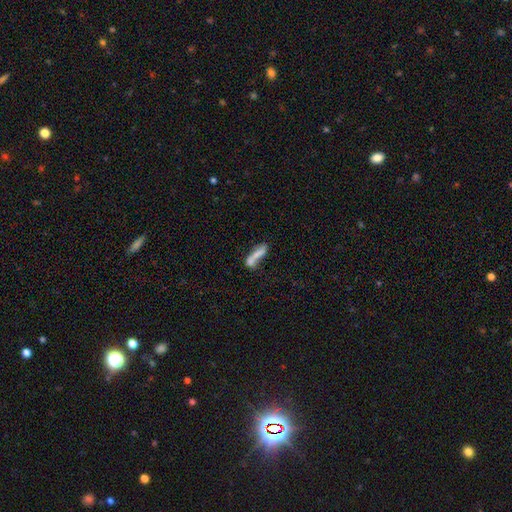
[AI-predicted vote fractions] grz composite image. It shows a smooth galaxy with no disk features (66%) that is cigar-shaped (58%). Merging: merger (49%).